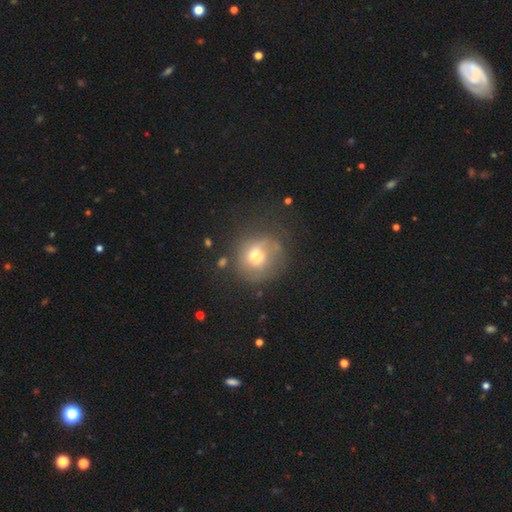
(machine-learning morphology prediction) Smooth or featured? smooth (63%)
How rounded? round (83%)
Merging? none (54%)